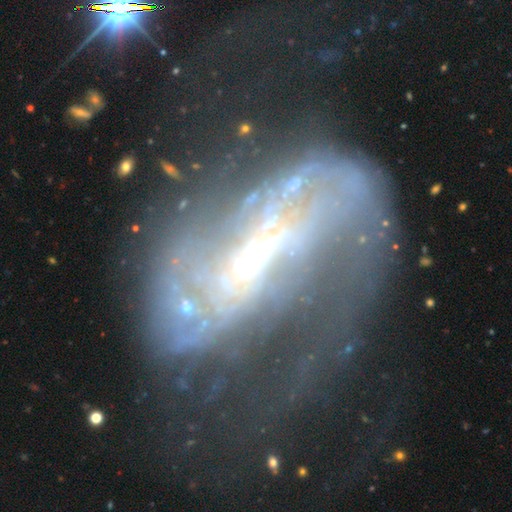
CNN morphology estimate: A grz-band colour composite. It shows a featured or disk galaxy (76%) with no bar (44%), spiral arms (62%) and a small central bulge (46%). Merging: major disturbance (55%).